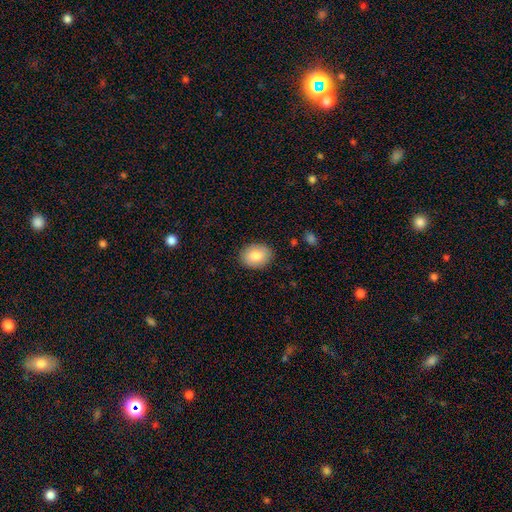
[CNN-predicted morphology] smooth_or_featured: smooth (p=0.82) [alt: featured or disk p=0.11]
how_rounded: in between (p=0.65) [alt: round p=0.34]
merging: none (p=0.88) [alt: minor disturbance p=0.09]